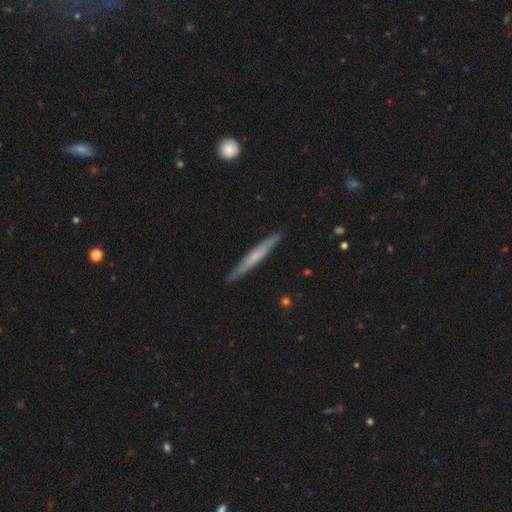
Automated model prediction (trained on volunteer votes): Smooth or featured: smooth — 49% (featured or disk — 45%)
Merging: none — 90% (minor disturbance — 8%)